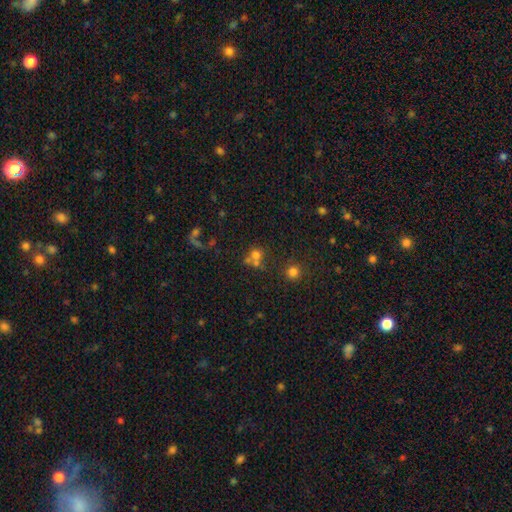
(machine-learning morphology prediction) Smooth or featured? smooth (64%)
How rounded? round (84%)
Merging? none (45%)